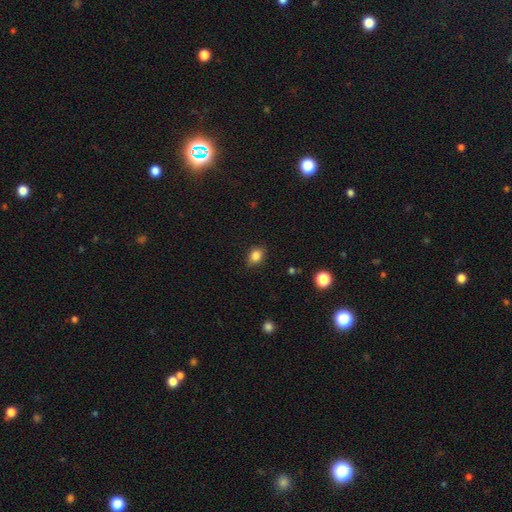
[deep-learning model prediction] A smooth galaxy with no disk features (83%) that is in between round and cigar-shaped (63%). Merging: none (82%).